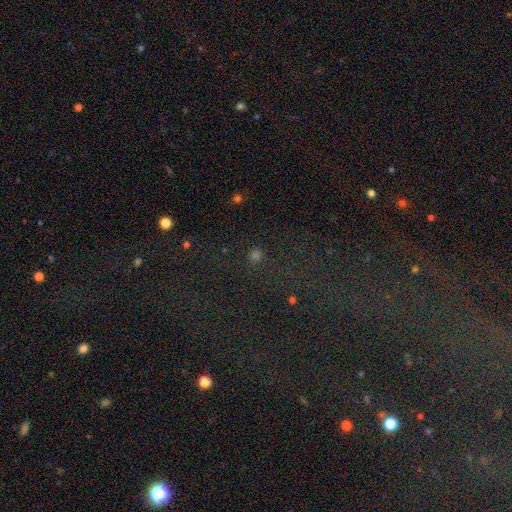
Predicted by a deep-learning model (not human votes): The model was most divided on "smooth or featured": smooth: 54%, star or artifact: 40%, featured or disk: 6%. More confident: how rounded — round (86%); merging — none (84%).